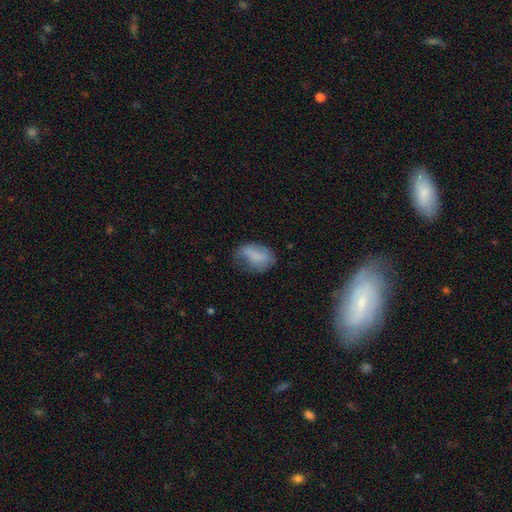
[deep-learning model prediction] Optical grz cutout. It shows a smooth galaxy with no disk features (72%) that is in between round and cigar-shaped (86%). Merging: none (41%).